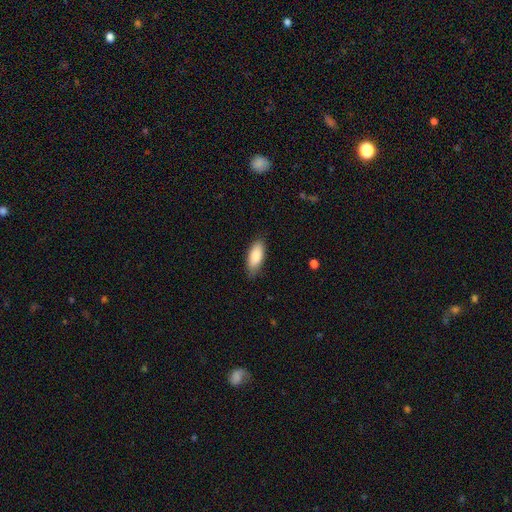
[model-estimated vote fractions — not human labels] A smooth galaxy with no disk features (85%) that is in between round and cigar-shaped (82%). Merging: none (83%).